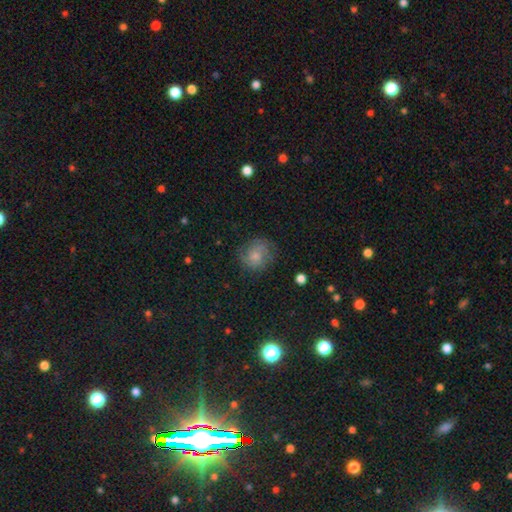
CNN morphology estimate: smooth-or-featured: smooth: 54% | featured or disk: 35% | star or artifact: 11%
  how-rounded: round: 79% | in between: 20% | cigar-shaped: 1%
  merging: none: 71% | minor disturbance: 19% | major disturbance: 9% | merger: 1%